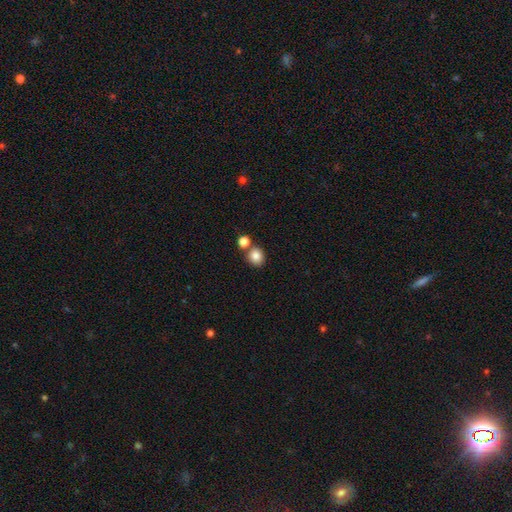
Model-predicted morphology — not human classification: smooth 84%, star or artifact 10%, featured or disk 6%. Down the decision tree: how rounded — round (79%); merging — none (69%).